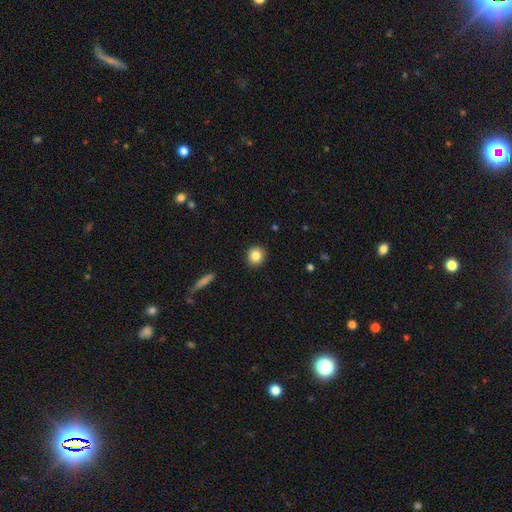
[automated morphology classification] A smooth galaxy with no disk features (84%) that is round (89%).

Vote fractions:
- Smooth or featured? smooth: 84% / star or artifact: 10% / featured or disk: 7%
- How rounded? round: 89% / in between: 10% / cigar-shaped: 1%
- Merging? none: 92% / minor disturbance: 6% / major disturbance: 2% / merger: 1%